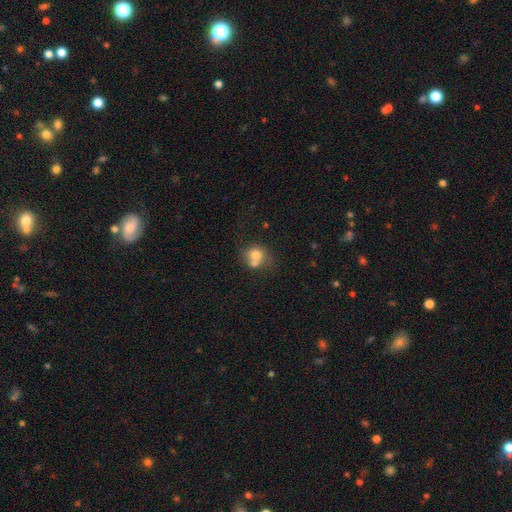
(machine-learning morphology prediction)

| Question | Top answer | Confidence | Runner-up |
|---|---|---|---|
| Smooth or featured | smooth | 72% | featured or disk (18%) |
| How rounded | round | 78% | in between (21%) |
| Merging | merger | 46% | none (38%) |